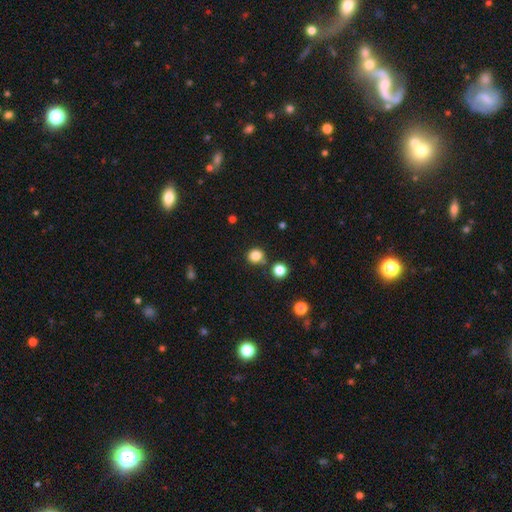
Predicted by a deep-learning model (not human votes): smooth_or_featured: smooth (p=0.84) [alt: star or artifact p=0.12]
how_rounded: round (p=0.86) [alt: in between p=0.13]
merging: none (p=0.78) [alt: minor disturbance p=0.09]